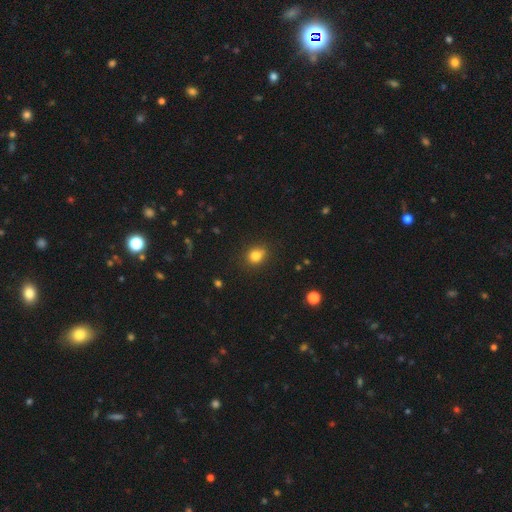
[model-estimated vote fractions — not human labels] This is clearly a smooth galaxy (82%). How rounded: possibly round (60%). Merging: clearly none (80%).